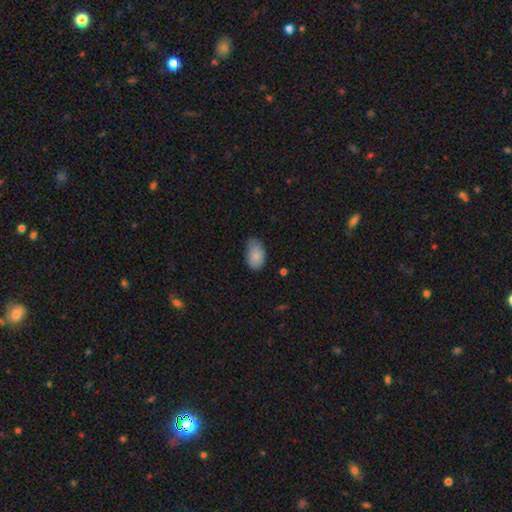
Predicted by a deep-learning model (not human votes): Smooth or featured?
  - smooth: 86% *
  - featured or disk: 7%
  - star or artifact: 7%
How rounded?
  - in between: 90% *
  - round: 8%
  - cigar-shaped: 1%
Merging?
  - none: 60% *
  - minor disturbance: 32%
  - major disturbance: 6%
  - merger: 1%